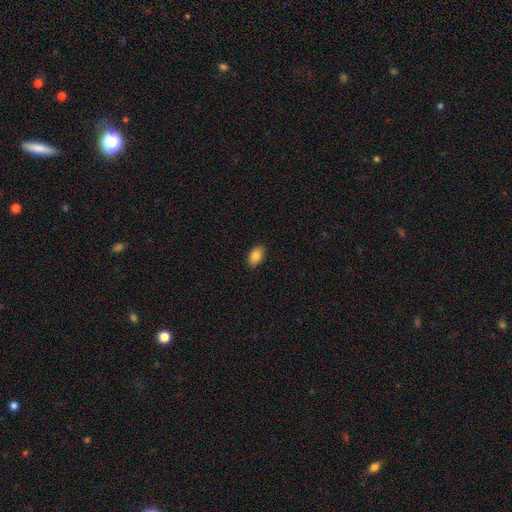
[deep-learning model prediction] Smooth or featured?
  - smooth: 84% *
  - featured or disk: 8%
  - star or artifact: 8%
How rounded?
  - in between: 93% *
  - round: 5%
  - cigar-shaped: 2%
Merging?
  - none: 89% *
  - minor disturbance: 8%
  - major disturbance: 2%
  - merger: 1%